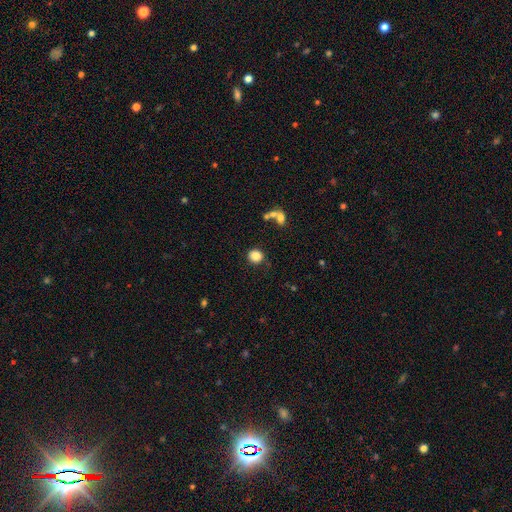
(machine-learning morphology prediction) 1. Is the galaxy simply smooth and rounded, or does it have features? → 85% smooth, 10% star or artifact, 5% featured or disk.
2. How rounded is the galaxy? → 86% round, 13% in between, 1% cigar-shaped.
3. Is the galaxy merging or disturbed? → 84% none, 9% minor disturbance, 4% merger, 3% major disturbance.